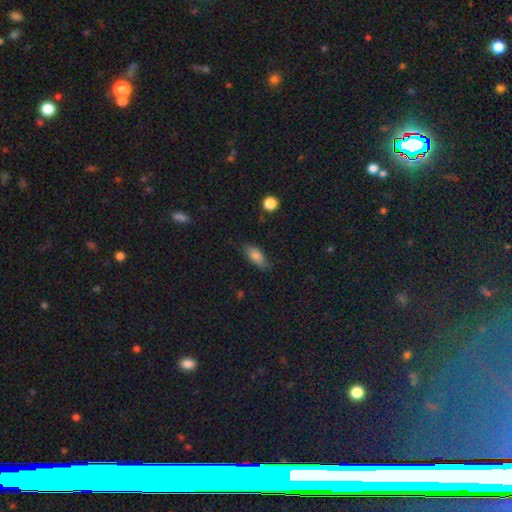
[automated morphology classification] Overall: smooth (80%). How rounded: in between (82%). Merging: none (75%).